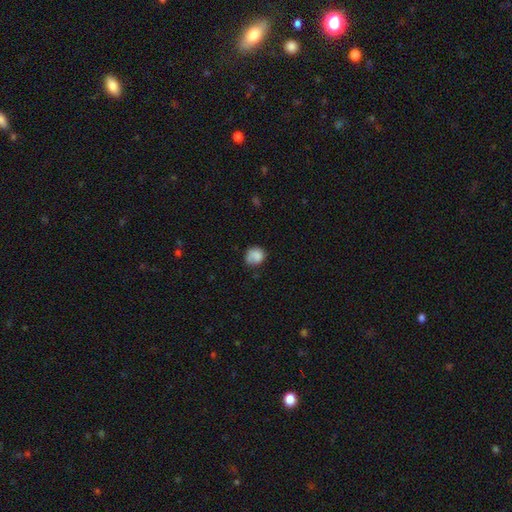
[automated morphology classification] Smooth or featured: smooth — 79% (featured or disk — 13%)
How rounded: round — 72% (in between — 27%)
Merging: none — 58% (minor disturbance — 28%)